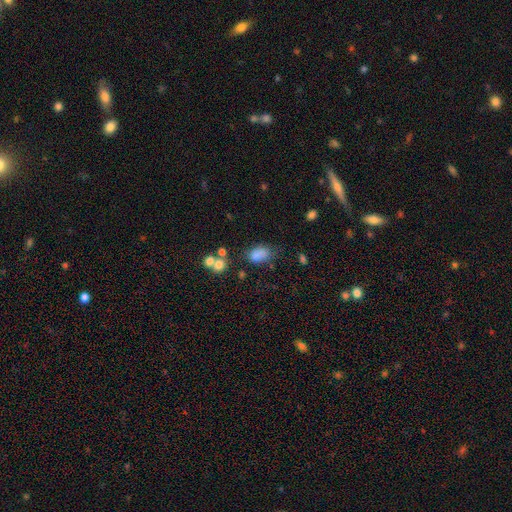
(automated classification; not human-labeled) smooth-or-featured: smooth: 77% | star or artifact: 13% | featured or disk: 10%
  how-rounded: in between: 84% | round: 14% | cigar-shaped: 2%
  merging: none: 49% | minor disturbance: 25% | merger: 14% | major disturbance: 11%